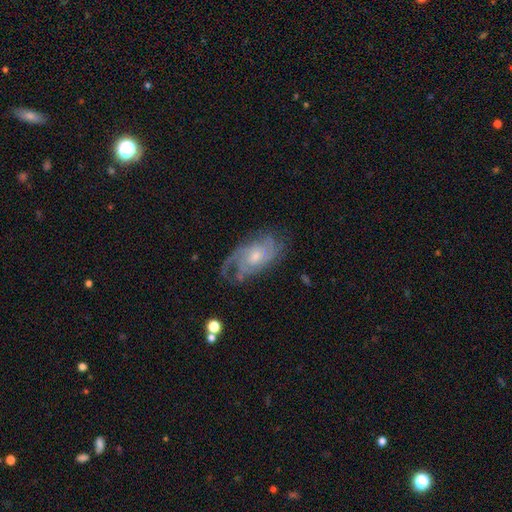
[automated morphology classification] smooth-or-featured: featured or disk: 81% | smooth: 12% | star or artifact: 7%
  disk-edge-on: no: 95% | yes: 5%
    bar: no: 71% | weak: 25% | strong: 4%
    has-spiral-arms: yes: 94% | no: 6%
      spiral-winding: tight: 49% | medium: 38% | loose: 13%
      spiral-arm-count: can't tell: 33% | 3: 23% | 2: 21% | 4: 11% | 1: 6% | more than 4: 5%
    bulge-size: moderate: 47% | small: 45% | large: 3% | none: 3% | dominant: 1%
  merging: none: 64% | minor disturbance: 21% | major disturbance: 13% | merger: 2%